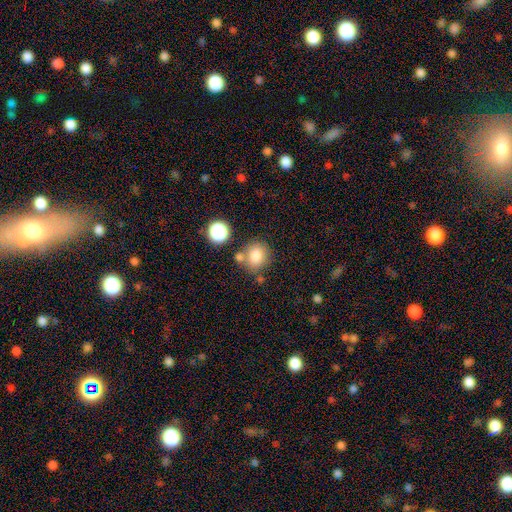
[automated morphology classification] Smooth or featured? smooth (80%)
How rounded? round (82%)
Merging? none (65%)